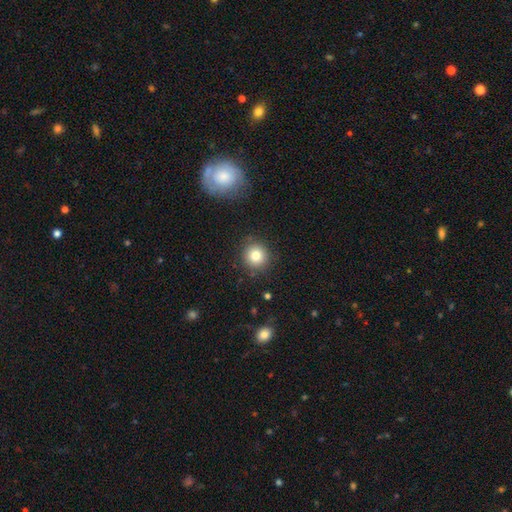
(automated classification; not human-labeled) The model was most divided on "smooth or featured": smooth: 80%, star or artifact: 11%, featured or disk: 8%. More confident: how rounded — round (93%); merging — none (87%).